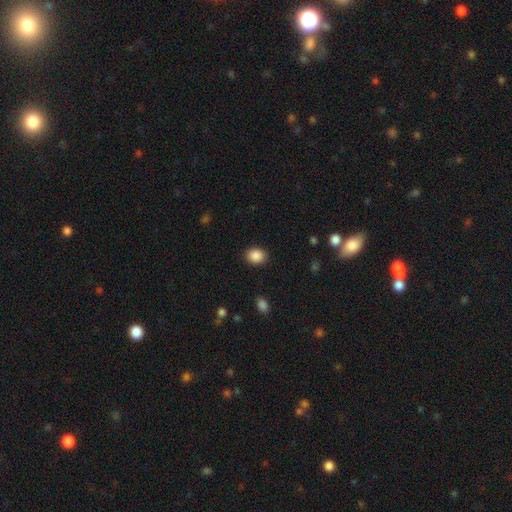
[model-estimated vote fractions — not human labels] The model was most divided on "how rounded": round: 51%, in between: 48%, cigar-shaped: 1%. More confident: merging — none (89%); smooth or featured — smooth (88%).